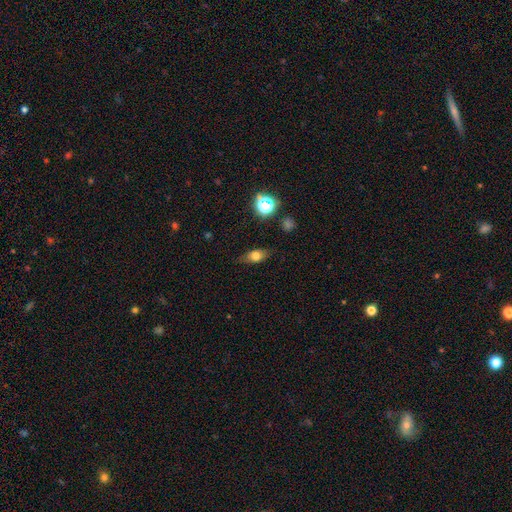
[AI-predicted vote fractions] smooth-or-featured: smooth: 67% | featured or disk: 21% | star or artifact: 12%
  how-rounded: in between: 72% | round: 14% | cigar-shaped: 14%
  merging: none: 81% | minor disturbance: 14% | major disturbance: 4% | merger: 1%